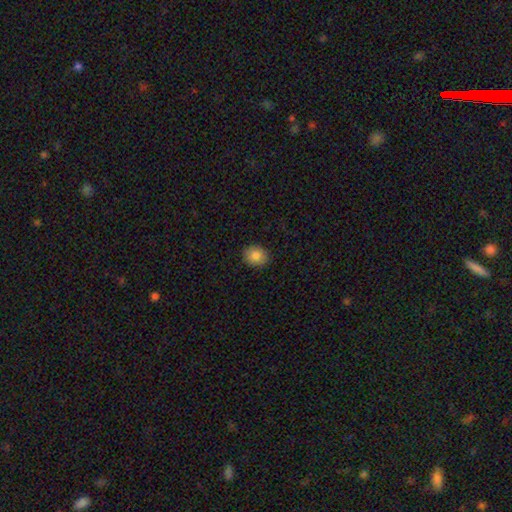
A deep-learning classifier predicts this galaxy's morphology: smooth-or-featured: smooth: 83% | star or artifact: 9% | featured or disk: 8%
  how-rounded: round: 61% | in between: 38% | cigar-shaped: 1%
  merging: none: 90% | minor disturbance: 8% | major disturbance: 2% | merger: 1%